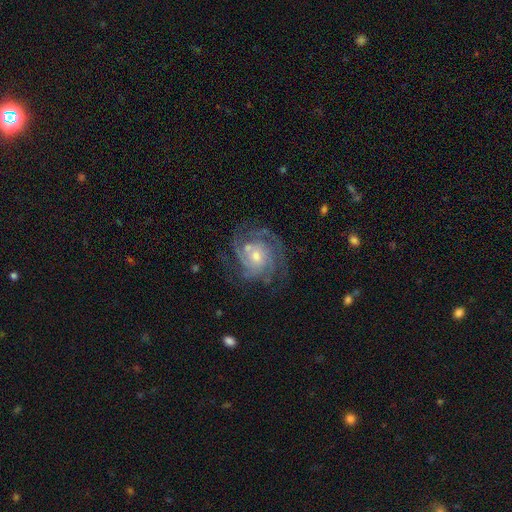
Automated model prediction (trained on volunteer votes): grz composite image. It shows a featured or disk galaxy (87%) with no bar (71%), 3 (27%) tight (63%) spiral arms (97%) and a moderate central bulge (47%). Merging: none (74%).